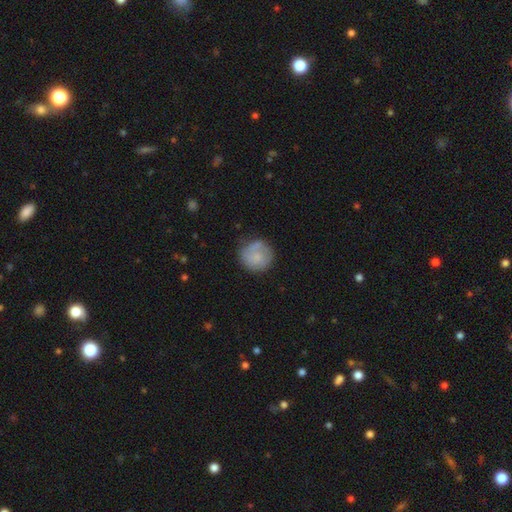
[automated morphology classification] The model was most divided on "merging": none: 64%, minor disturbance: 23%, major disturbance: 8%, merger: 4%. More confident: how rounded — round (91%); smooth or featured — smooth (70%).